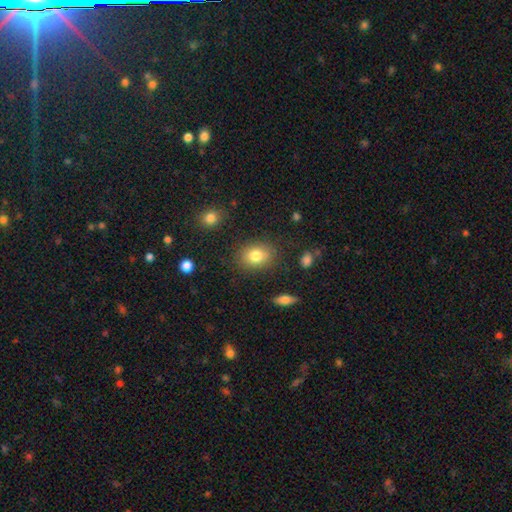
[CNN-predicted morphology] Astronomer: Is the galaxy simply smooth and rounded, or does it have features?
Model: smooth — 80%.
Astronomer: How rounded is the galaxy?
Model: in between — 58% (runner-up: round, 41%).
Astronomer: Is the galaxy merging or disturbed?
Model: none — 83%.